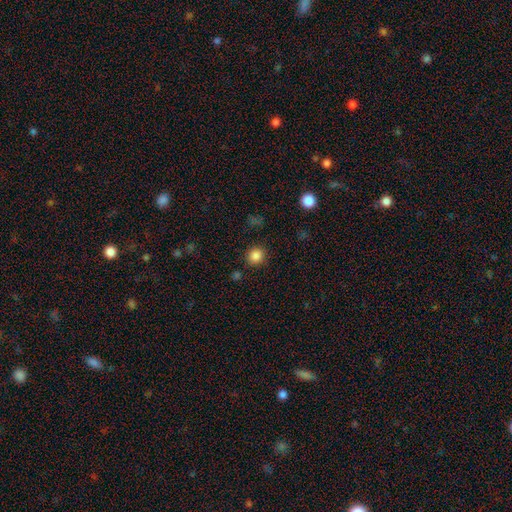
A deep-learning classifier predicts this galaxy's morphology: smooth-or-featured: smooth: 85% | star or artifact: 11% | featured or disk: 4%
  how-rounded: round: 89% | in between: 10% | cigar-shaped: 1%
  merging: none: 89% | minor disturbance: 7% | major disturbance: 2% | merger: 2%